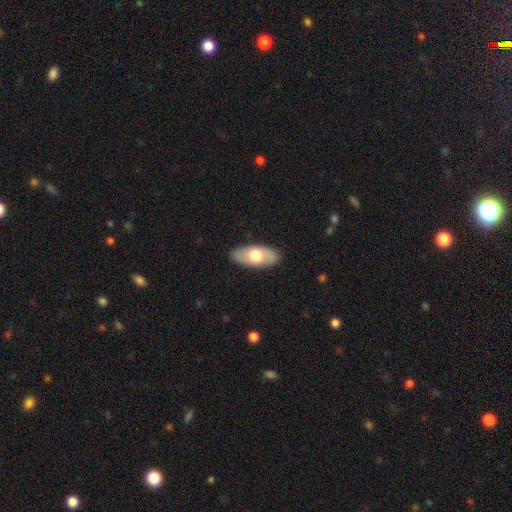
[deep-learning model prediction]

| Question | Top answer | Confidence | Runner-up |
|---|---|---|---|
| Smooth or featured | smooth | 63% | featured or disk (32%) |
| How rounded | in between | 89% | cigar-shaped (9%) |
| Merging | none | 86% | minor disturbance (10%) |